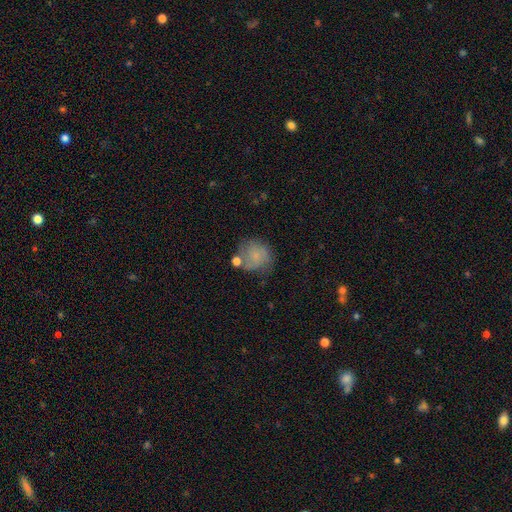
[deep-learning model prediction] A smooth galaxy with no disk features (64%) that is round (81%). Merging: none (50%).